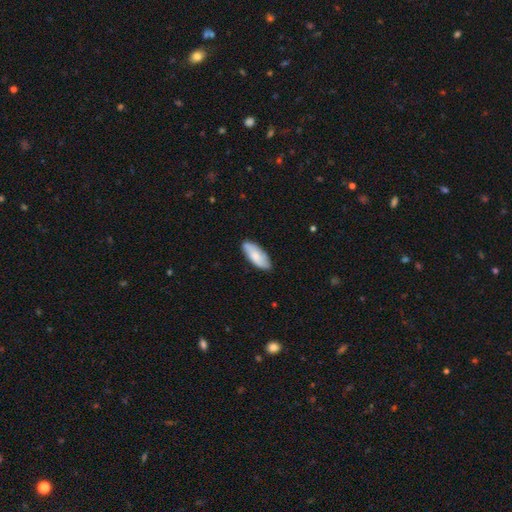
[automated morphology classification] Smooth or featured: smooth — 70% (featured or disk — 24%)
How rounded: in between — 80% (cigar-shaped — 19%)
Merging: none — 82% (minor disturbance — 14%)